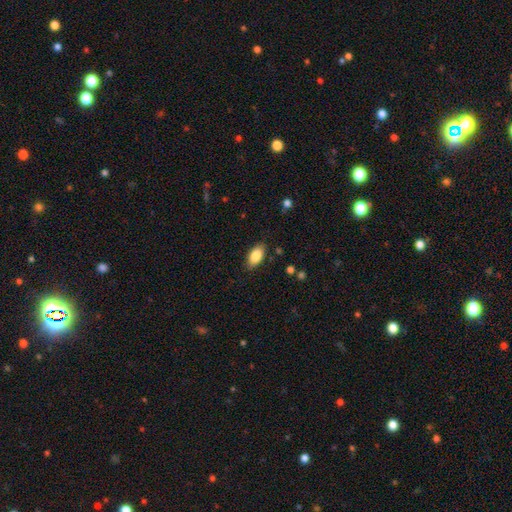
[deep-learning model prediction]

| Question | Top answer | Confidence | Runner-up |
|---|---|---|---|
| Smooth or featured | smooth | 86% | featured or disk (7%) |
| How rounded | in between | 92% | round (4%) |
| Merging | none | 83% | minor disturbance (13%) |